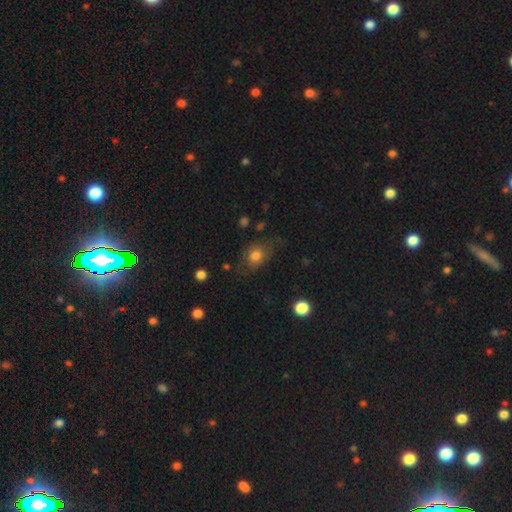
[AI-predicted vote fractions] smooth-or-featured: smooth: 72% | featured or disk: 18% | star or artifact: 10%
  how-rounded: in between: 62% | round: 36% | cigar-shaped: 2%
  merging: none: 58% | minor disturbance: 25% | major disturbance: 15% | merger: 2%